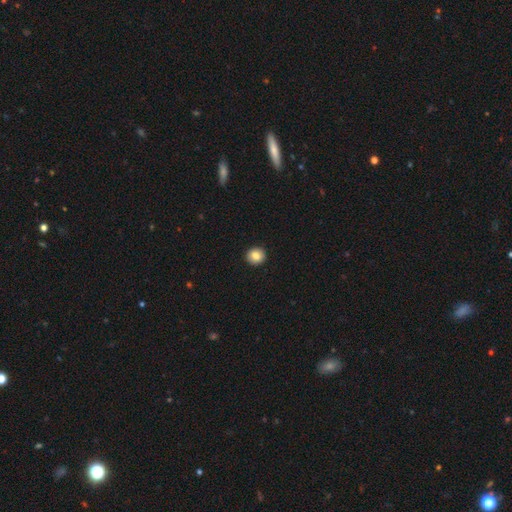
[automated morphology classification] Smooth or featured: smooth — 84% (star or artifact — 8%)
How rounded: round — 87% (in between — 12%)
Merging: none — 93% (minor disturbance — 5%)